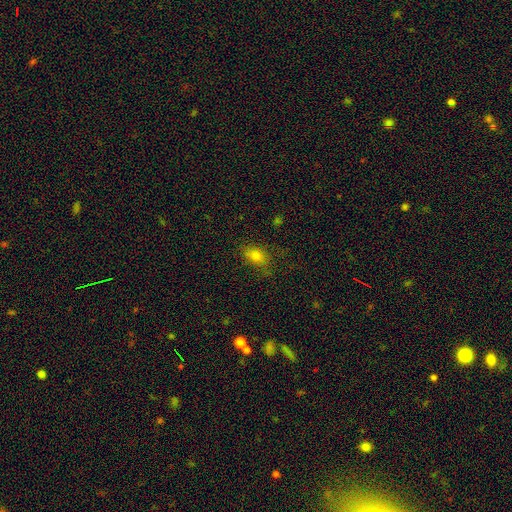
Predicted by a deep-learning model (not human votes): A smooth galaxy with no disk features (77%) that is in between round and cigar-shaped (77%).

Vote fractions:
- Smooth or featured? smooth: 77% / star or artifact: 13% / featured or disk: 10%
- How rounded? in between: 77% / round: 19% / cigar-shaped: 3%
- Merging? none: 72% / minor disturbance: 20% / major disturbance: 7% / merger: 2%